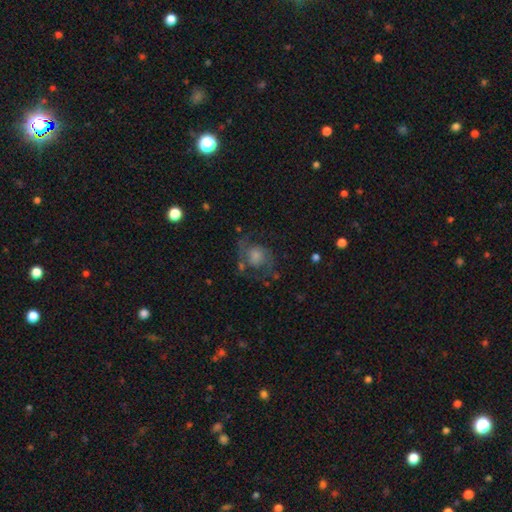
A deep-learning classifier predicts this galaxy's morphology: A featured or disk galaxy (71%) with no bar (68%), 2 (83%) medium (52%) spiral arms (90%) and a moderate central bulge (39%). Merging: none (60%).